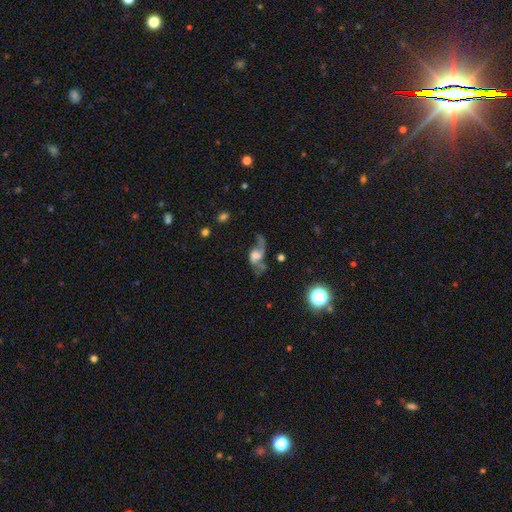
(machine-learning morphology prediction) smooth-or-featured: featured or disk: 67% | smooth: 22% | star or artifact: 11%
  disk-edge-on: no: 93% | yes: 7%
    bar: no: 59% | weak: 33% | strong: 8%
    has-spiral-arms: yes: 83% | no: 17%
      spiral-winding: loose: 77% | medium: 18% | tight: 4%
      spiral-arm-count: 2: 74% | 1: 12% | can't tell: 7% | 3: 3% | 4: 2% | more than 4: 2%
    bulge-size: moderate: 35% | large: 25% | small: 20% | none: 15% | dominant: 4%
  merging: none: 38% | major disturbance: 37% | minor disturbance: 19% | merger: 7%